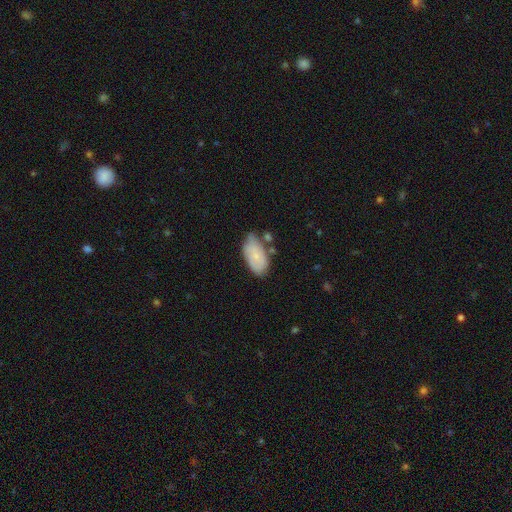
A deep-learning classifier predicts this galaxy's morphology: Smooth or featured? smooth (68%)
How rounded? in between (94%)
Merging? none (54%)